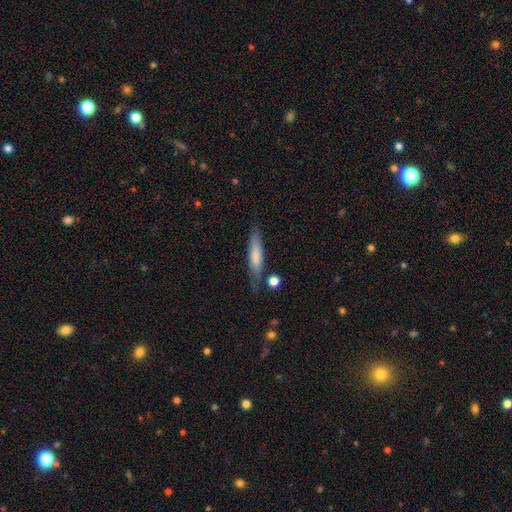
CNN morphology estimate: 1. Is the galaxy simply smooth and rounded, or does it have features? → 68% smooth, 26% featured or disk, 6% star or artifact.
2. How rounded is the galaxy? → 82% cigar-shaped, 17% in between, 2% round.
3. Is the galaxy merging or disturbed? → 69% none, 20% minor disturbance, 6% major disturbance, 5% merger.